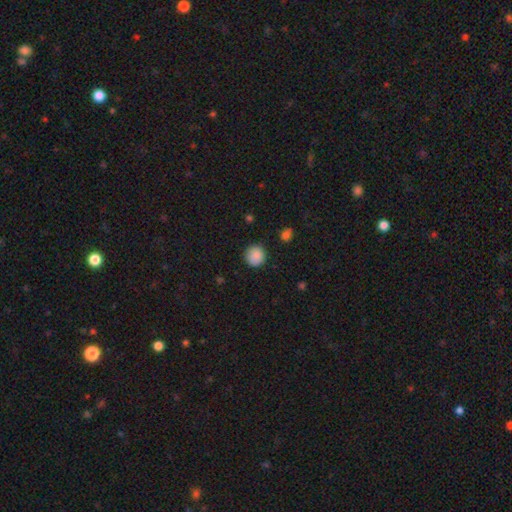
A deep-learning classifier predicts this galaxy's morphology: The model was most divided on "smooth or featured": smooth: 88%, star or artifact: 9%, featured or disk: 3%. More confident: how rounded — round (93%); merging — none (89%).